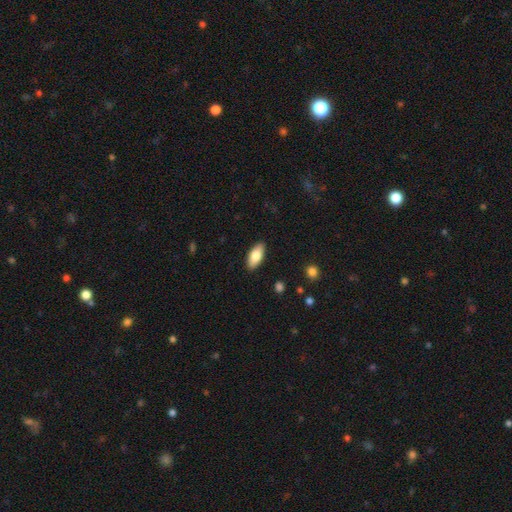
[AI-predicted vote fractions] Morphology: type=smooth (79%); roundness=in between (87%); merging=none (89%).